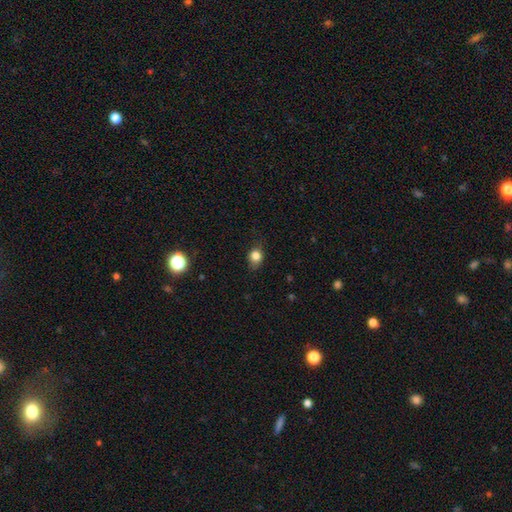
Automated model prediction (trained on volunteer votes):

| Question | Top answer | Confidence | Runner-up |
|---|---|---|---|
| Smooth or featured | smooth | 81% | star or artifact (12%) |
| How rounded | round | 57% | in between (41%) |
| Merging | none | 73% | minor disturbance (21%) |